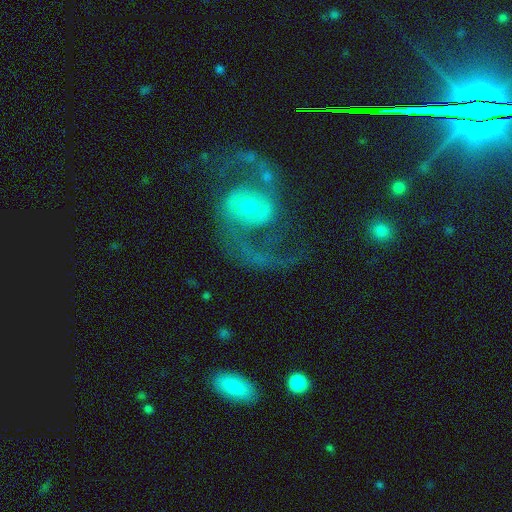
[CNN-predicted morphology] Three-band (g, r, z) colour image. It shows a featured or disk galaxy (90%) with no bar (51%), 2 (94%) medium (55%) spiral arms (98%) and a small central bulge (49%). Merging: none (75%).